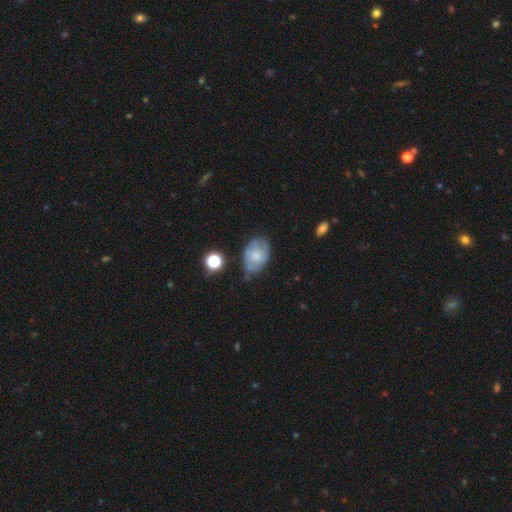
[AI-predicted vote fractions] This is likely a smooth galaxy (61%). How rounded: clearly in between (82%). Merging: possibly none (45%).